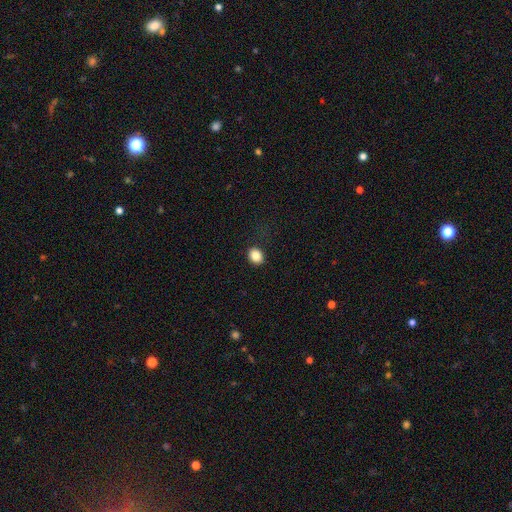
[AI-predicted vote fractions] Smooth or featured? smooth (84%)
How rounded? round (52%)
Merging? none (86%)